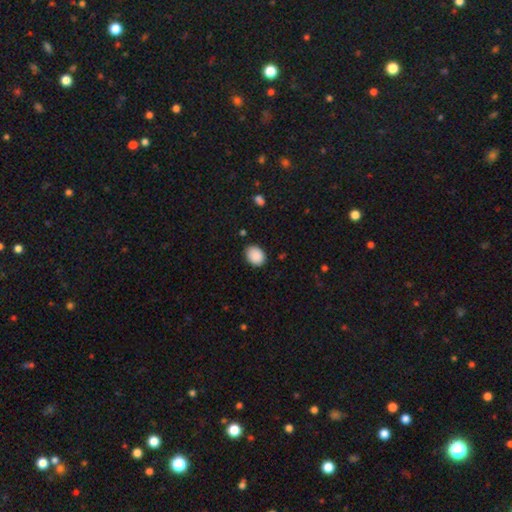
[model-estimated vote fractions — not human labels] Morphology: type=smooth (90%); roundness=in between (65%); merging=none (84%).